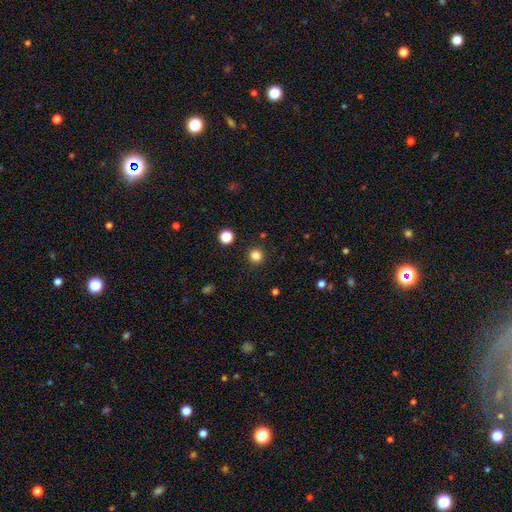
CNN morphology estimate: Smooth or featured? smooth (84%)
How rounded? round (94%)
Merging? none (91%)